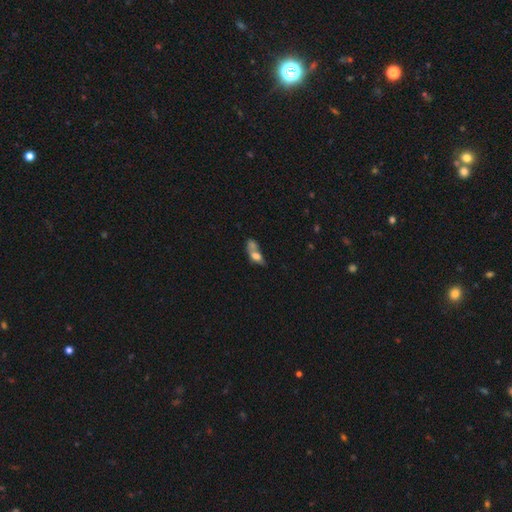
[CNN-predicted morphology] The model was most divided on "smooth or featured": smooth: 61%, featured or disk: 29%, star or artifact: 11%. More confident: how rounded — in between (71%); merging — merger (65%).